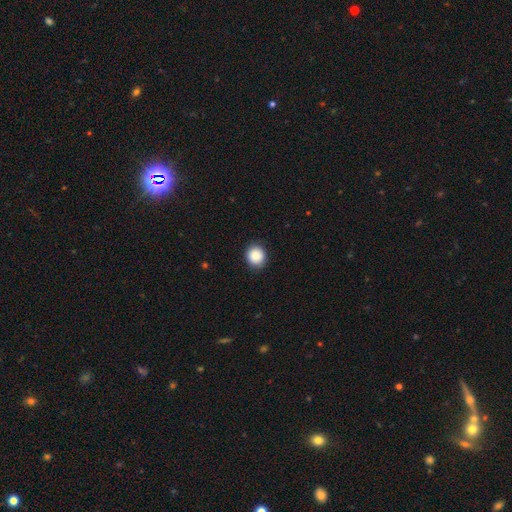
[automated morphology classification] type=smooth (87%); roundness=round (83%); merging=none (89%).